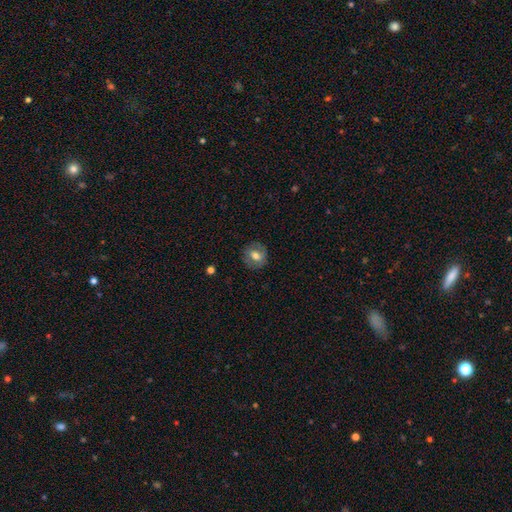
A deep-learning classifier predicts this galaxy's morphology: Q: Smooth or featured?
A: smooth (58%); runner-up: featured or disk (33%)
Q: How rounded?
A: round (83%); runner-up: in between (16%)
Q: Merging?
A: none (84%); runner-up: minor disturbance (12%)